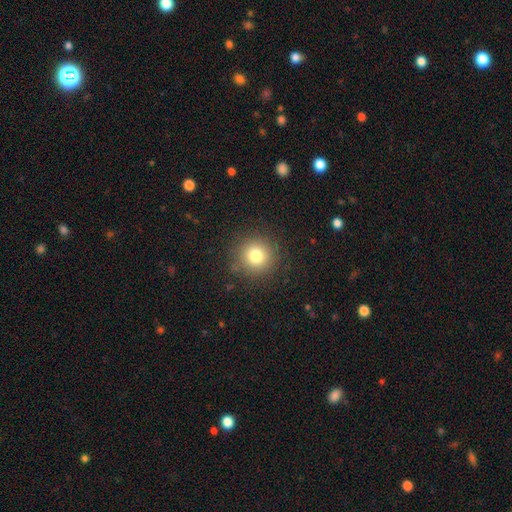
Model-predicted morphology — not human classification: type=smooth (79%); roundness=round (93%); merging=none (88%).